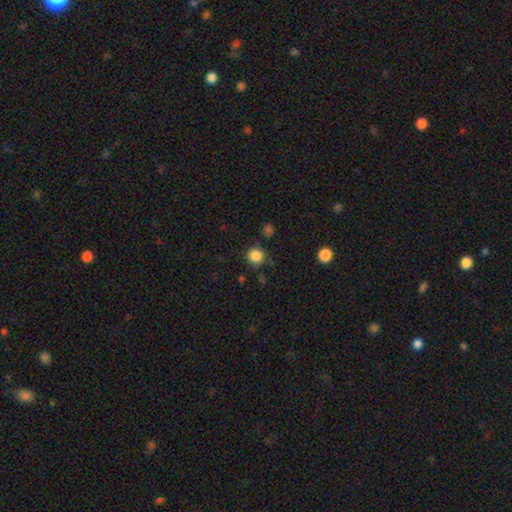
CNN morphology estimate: A smooth galaxy with no disk features (85%) that is round (93%). Merging: none (83%).